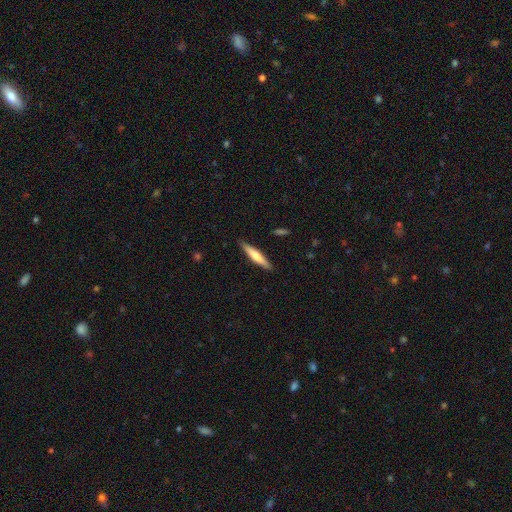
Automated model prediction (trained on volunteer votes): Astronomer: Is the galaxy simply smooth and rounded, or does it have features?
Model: smooth — 57% (runner-up: featured or disk, 37%).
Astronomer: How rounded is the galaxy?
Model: cigar-shaped — 89%.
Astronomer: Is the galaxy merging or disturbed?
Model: none — 90%.